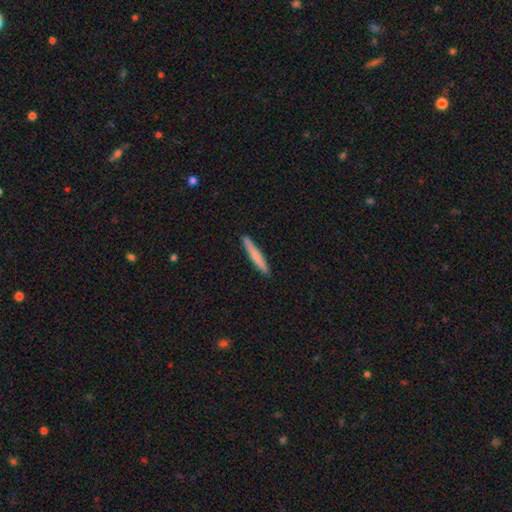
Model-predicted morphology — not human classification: Smooth or featured? Predicted: smooth (p=0.71). How rounded? Predicted: cigar-shaped (p=0.96). Merging? Predicted: none (p=0.90).